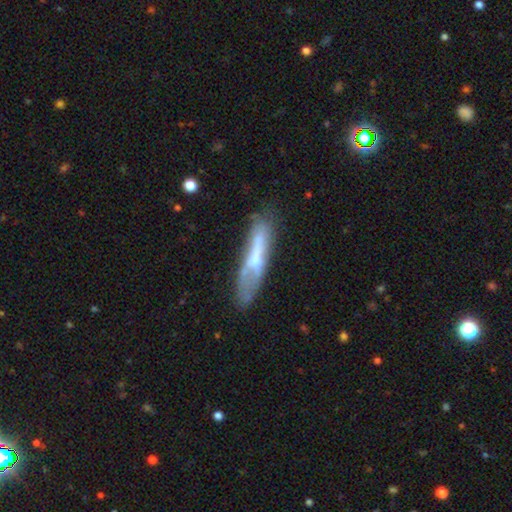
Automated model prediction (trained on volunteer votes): Overall: featured or disk (47%; smooth 45%). Merging: none (49%; minor disturbance 27%).